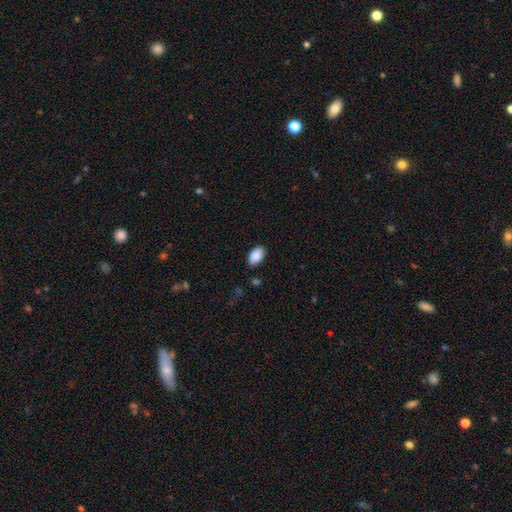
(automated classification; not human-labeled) smooth-or-featured: smooth: 89% | star or artifact: 7% | featured or disk: 4%
  how-rounded: in between: 94% | round: 5% | cigar-shaped: 1%
  merging: none: 82% | minor disturbance: 14% | major disturbance: 3% | merger: 2%